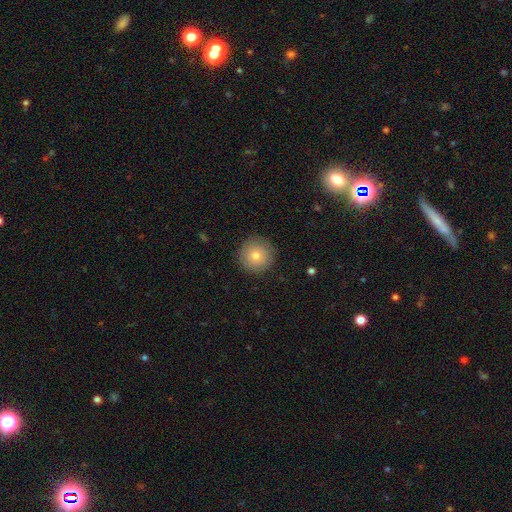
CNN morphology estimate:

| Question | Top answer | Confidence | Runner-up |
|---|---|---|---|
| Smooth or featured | smooth | 80% | star or artifact (10%) |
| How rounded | round | 96% | in between (3%) |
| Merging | none | 91% | minor disturbance (6%) |